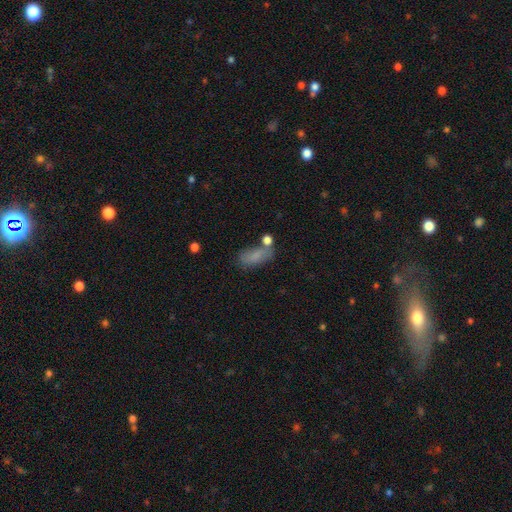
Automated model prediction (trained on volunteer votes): Smooth or featured: smooth — 77% (featured or disk — 12%)
How rounded: in between — 85% (cigar-shaped — 10%)
Merging: none — 50% (minor disturbance — 22%)